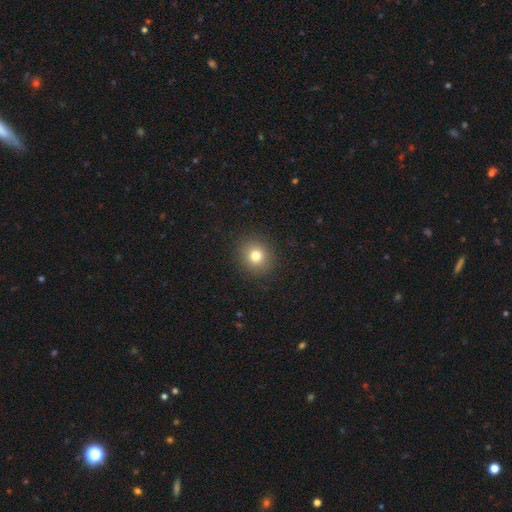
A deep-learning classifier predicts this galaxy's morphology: smooth 78%, star or artifact 13%, featured or disk 8%. Down the decision tree: how rounded — round (86%); merging — none (91%).